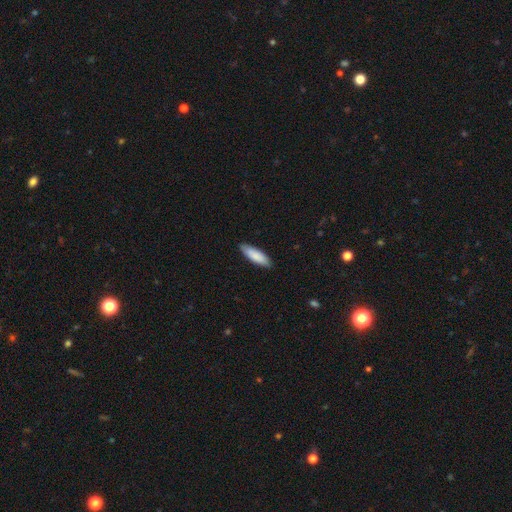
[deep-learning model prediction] smooth_or_featured: smooth (p=0.86) [alt: featured or disk p=0.09]
how_rounded: cigar-shaped (p=0.52) [alt: in between p=0.47]
merging: none (p=0.87) [alt: minor disturbance p=0.10]